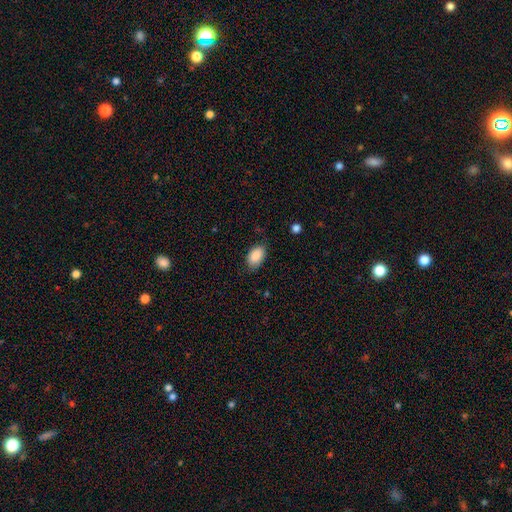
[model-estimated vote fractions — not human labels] smooth 88%, star or artifact 7%, featured or disk 5%. Down the decision tree: how rounded — in between (92%); merging — none (77%).